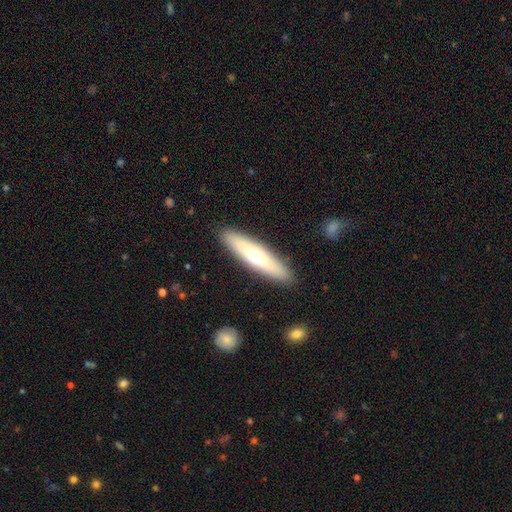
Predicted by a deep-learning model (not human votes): Overall: smooth (55%; featured or disk 40%). How rounded: cigar-shaped (77%). Merging: none (90%).